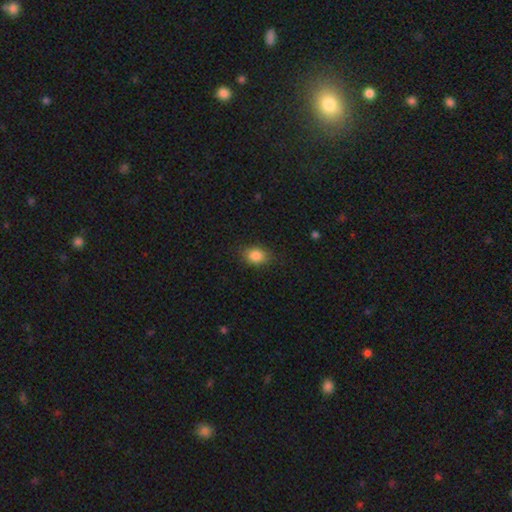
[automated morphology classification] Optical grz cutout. It shows a smooth galaxy with no disk features (86%) that is in between round and cigar-shaped (63%). Merging: none (83%).